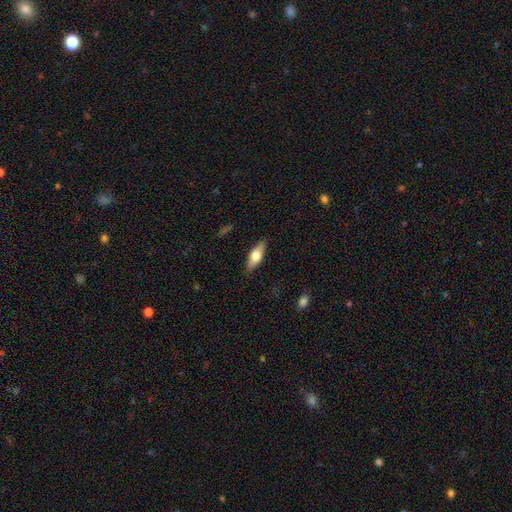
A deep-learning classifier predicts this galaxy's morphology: A smooth galaxy with no disk features (59%) that is in between round and cigar-shaped (66%). Merging: none (86%).